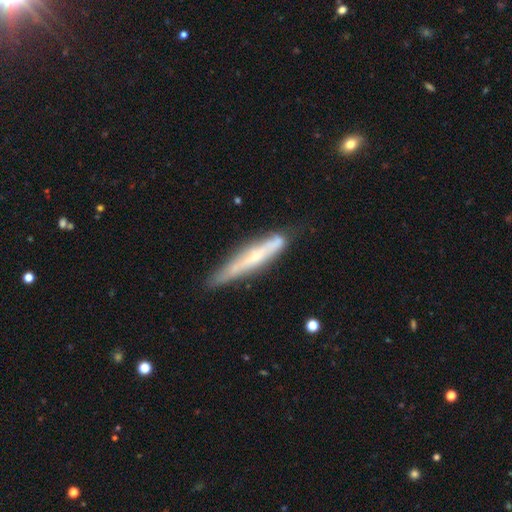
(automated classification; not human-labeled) Smooth or featured: featured or disk — 56% (smooth — 37%)
Edge-on disk: yes — 83% (no — 17%)
Merging: none — 67% (minor disturbance — 23%)